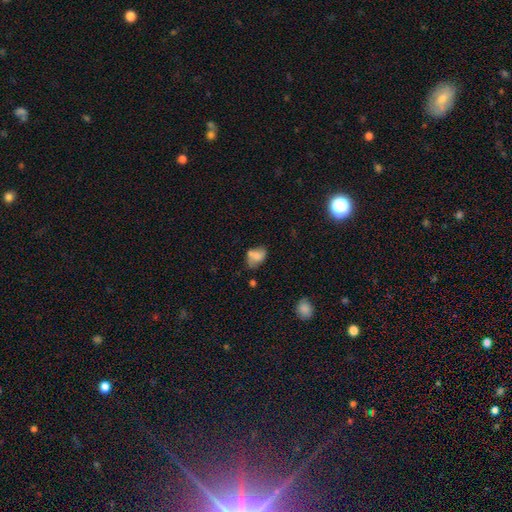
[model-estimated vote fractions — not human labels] A smooth galaxy with no disk features (67%) that is in between round and cigar-shaped (77%).

Vote fractions:
- Smooth or featured? smooth: 67% / featured or disk: 22% / star or artifact: 11%
- How rounded? in between: 77% / round: 21% / cigar-shaped: 2%
- Merging? none: 41% / minor disturbance: 28% / merger: 18% / major disturbance: 13%